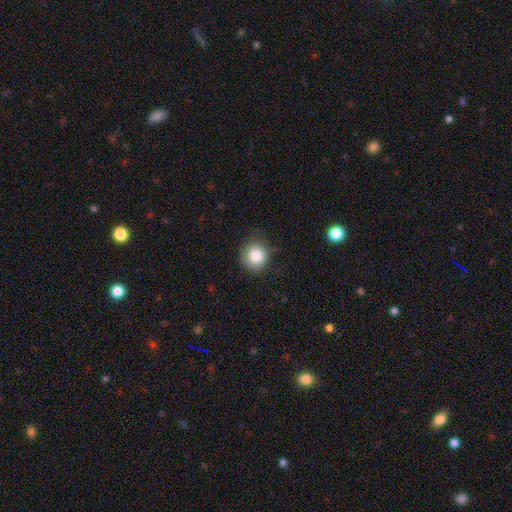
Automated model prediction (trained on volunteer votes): A smooth galaxy with no disk features (85%) that is round (89%). Merging: none (75%).